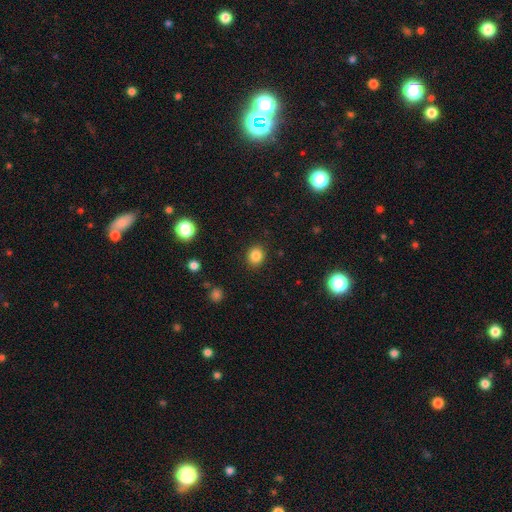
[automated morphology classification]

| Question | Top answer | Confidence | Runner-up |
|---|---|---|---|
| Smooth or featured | smooth | 84% | star or artifact (11%) |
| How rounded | round | 73% | in between (26%) |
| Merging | none | 89% | minor disturbance (7%) |